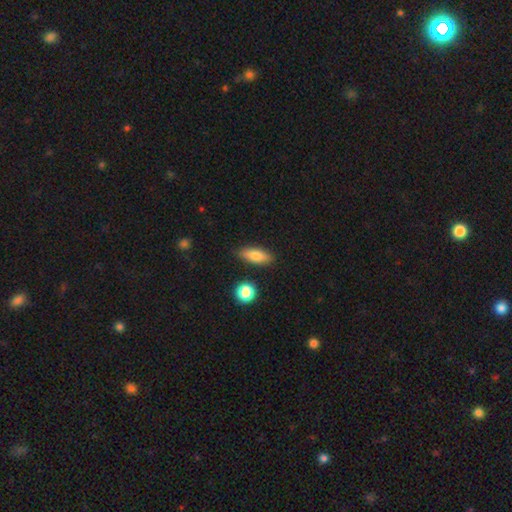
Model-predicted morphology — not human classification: Smooth or featured? Predicted: smooth (p=0.80). How rounded? Predicted: in between (p=0.73). Merging? Predicted: none (p=0.84).